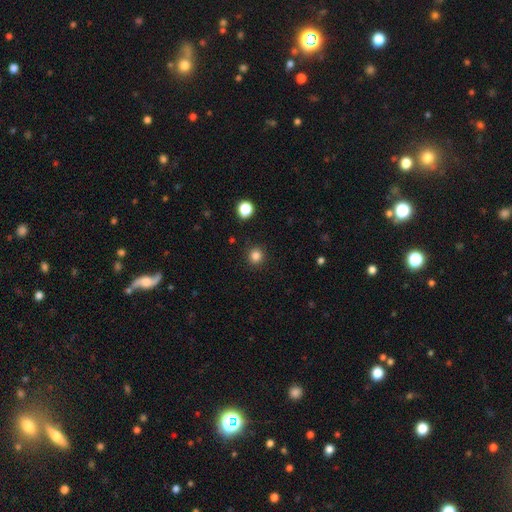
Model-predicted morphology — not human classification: smooth-or-featured: smooth: 84% | star or artifact: 13% | featured or disk: 3%
  how-rounded: round: 92% | in between: 7% | cigar-shaped: 1%
  merging: none: 90% | minor disturbance: 6% | major disturbance: 2% | merger: 1%